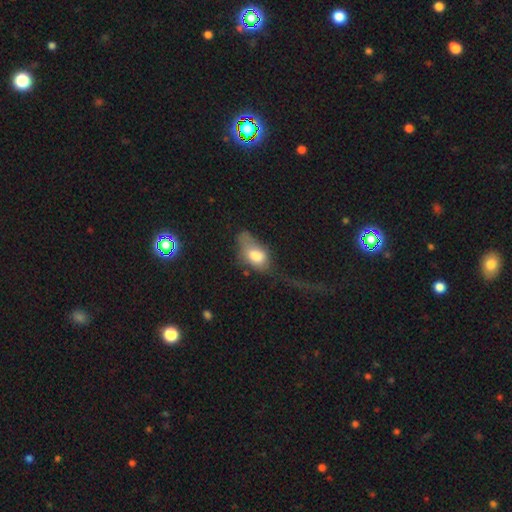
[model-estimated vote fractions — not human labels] Morphology: type=smooth (72%); roundness=in between (87%); merging=major disturbance (48%).